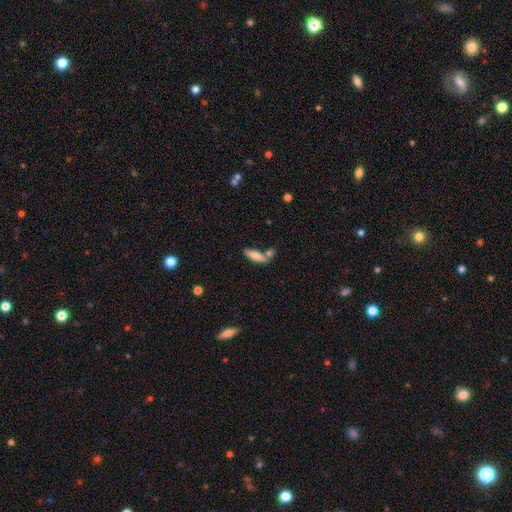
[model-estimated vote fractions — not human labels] smooth_or_featured: smooth (p=0.78) [alt: featured or disk p=0.15]
how_rounded: in between (p=0.50) [alt: cigar-shaped p=0.48]
merging: none (p=0.54) [alt: merger p=0.26]